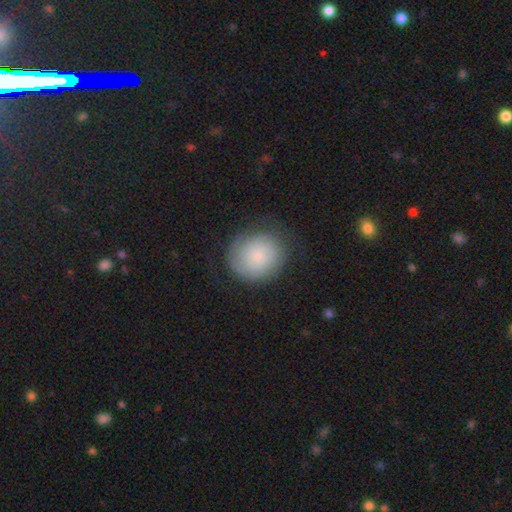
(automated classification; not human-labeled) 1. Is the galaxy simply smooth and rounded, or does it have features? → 57% smooth, 34% featured or disk, 8% star or artifact.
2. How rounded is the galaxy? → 81% round, 18% in between, 1% cigar-shaped.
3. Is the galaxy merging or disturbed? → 74% none, 17% minor disturbance, 7% major disturbance, 1% merger.